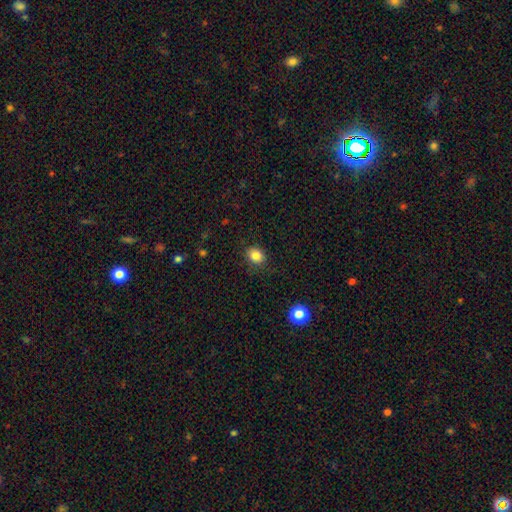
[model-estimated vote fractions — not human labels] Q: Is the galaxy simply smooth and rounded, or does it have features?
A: smooth — 84%.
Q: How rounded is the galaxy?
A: round — 60%.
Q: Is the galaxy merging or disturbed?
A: none — 84%.